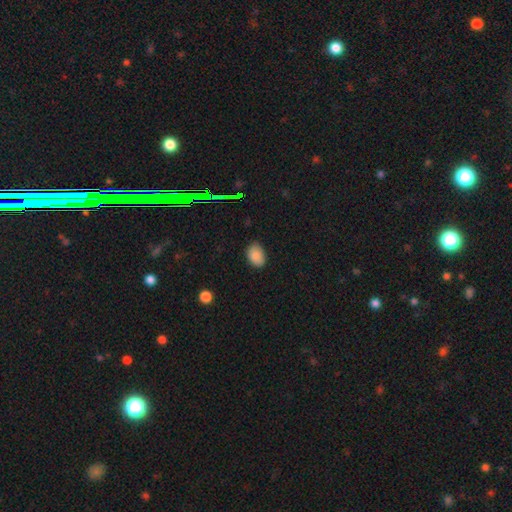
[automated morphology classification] This is clearly a smooth galaxy (87%). How rounded: clearly in between (83%). Merging: likely none (80%).